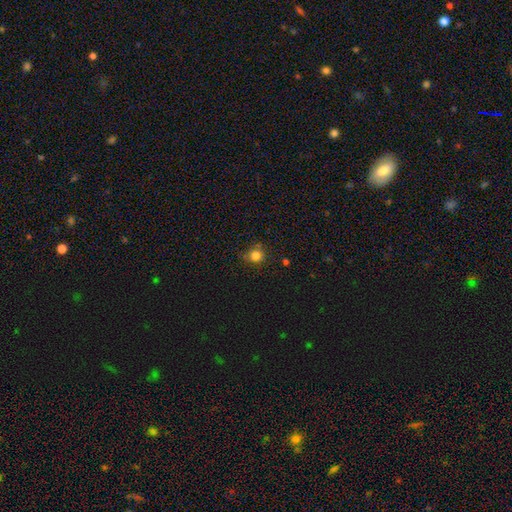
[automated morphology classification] smooth_or_featured: smooth (p=0.80) [alt: star or artifact p=0.15]
how_rounded: round (p=0.86) [alt: in between p=0.13]
merging: none (p=0.74) [alt: minor disturbance p=0.19]